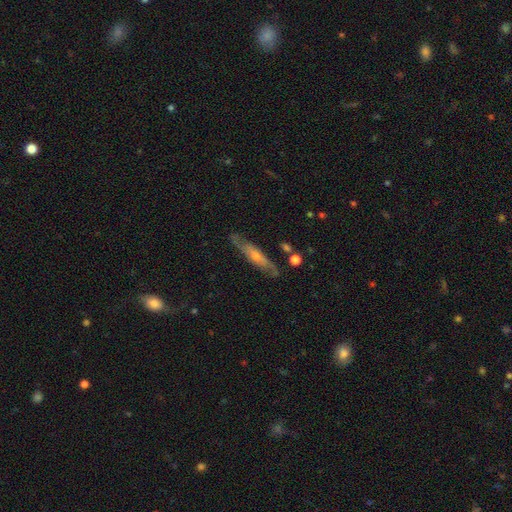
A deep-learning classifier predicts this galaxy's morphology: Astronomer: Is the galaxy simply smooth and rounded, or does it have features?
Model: featured or disk — 64%.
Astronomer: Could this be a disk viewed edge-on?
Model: yes — 63%.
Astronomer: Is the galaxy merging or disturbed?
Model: none — 77%.